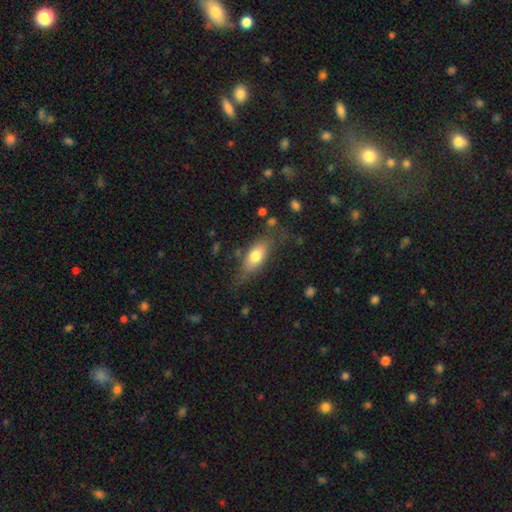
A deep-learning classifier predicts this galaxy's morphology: smooth_or_featured: smooth (p=0.69) [alt: featured or disk p=0.24]
how_rounded: in between (p=0.76) [alt: cigar-shaped p=0.20]
merging: none (p=0.64) [alt: minor disturbance p=0.23]